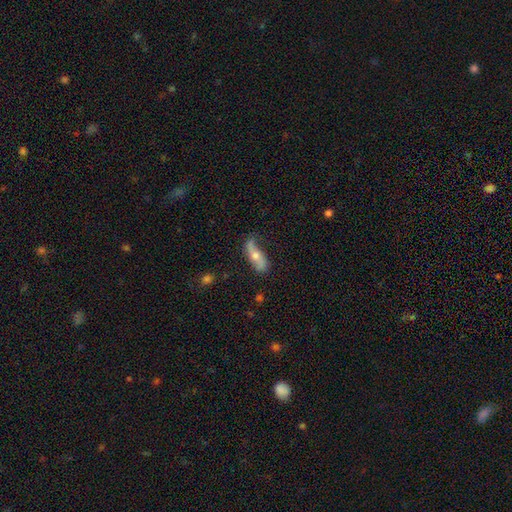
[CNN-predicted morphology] type=featured or disk (56%); edge-on=no (69%); merging=none (64%).